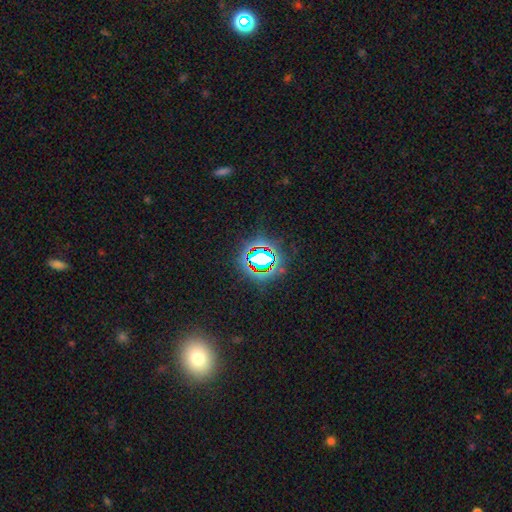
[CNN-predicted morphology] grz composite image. It shows a star or artifact, not a galaxy (70%).